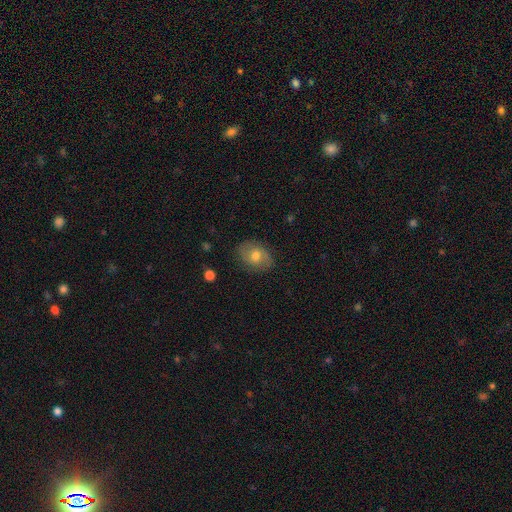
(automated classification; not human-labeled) Smooth or featured? Predicted: smooth (p=0.61). How rounded? Predicted: in between (p=0.65). Merging? Predicted: none (p=0.81).